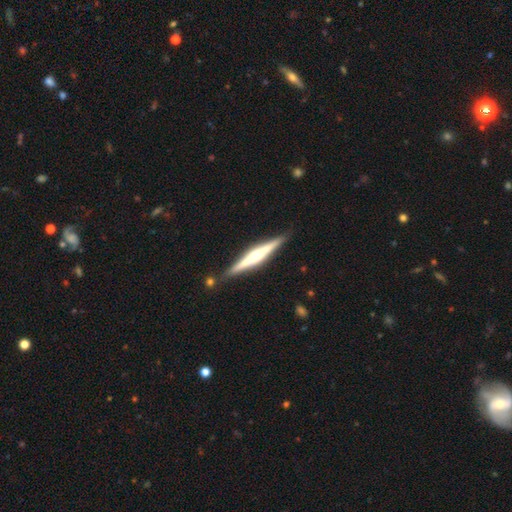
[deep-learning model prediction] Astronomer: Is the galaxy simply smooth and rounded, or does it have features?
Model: featured or disk — 74%.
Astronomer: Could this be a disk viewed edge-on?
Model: yes — 97%.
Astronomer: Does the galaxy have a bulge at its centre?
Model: rounded — 84%.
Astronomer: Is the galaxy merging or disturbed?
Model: none — 86%.